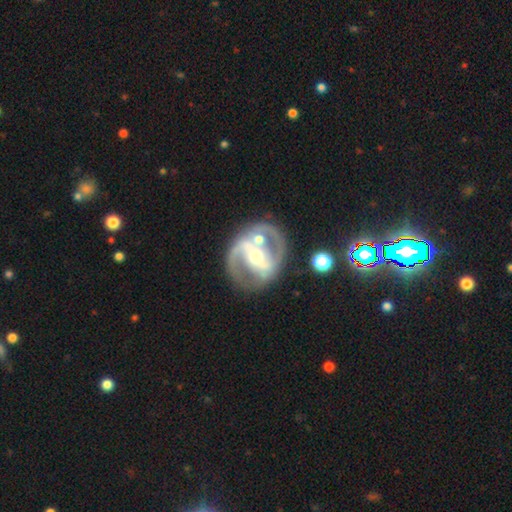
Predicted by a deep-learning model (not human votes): Morphology: type=featured or disk (87%); edge-on=no (97%); bar=strong (45%); spiral arms=yes (91%); winding=medium (56%); arm count=2 (88%); bulge=moderate (68%); merging=none (62%).